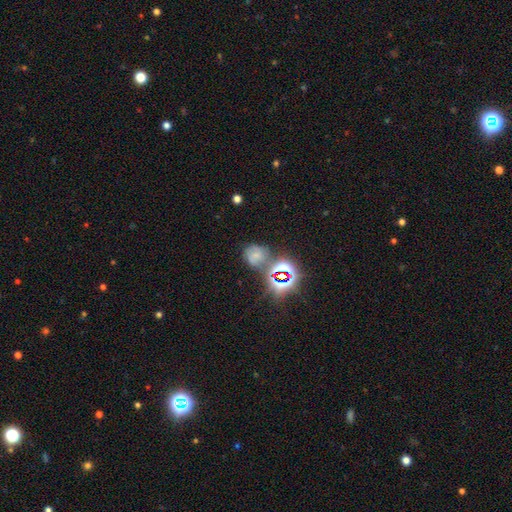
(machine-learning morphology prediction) Smooth or featured? smooth (41%)
Merging? none (49%)